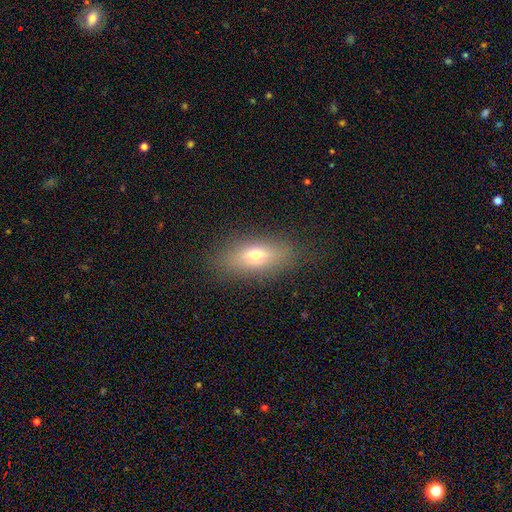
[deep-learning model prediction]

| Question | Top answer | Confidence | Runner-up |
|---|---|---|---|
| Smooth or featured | smooth | 60% | featured or disk (29%) |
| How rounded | in between | 71% | cigar-shaped (21%) |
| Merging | none | 82% | minor disturbance (11%) |